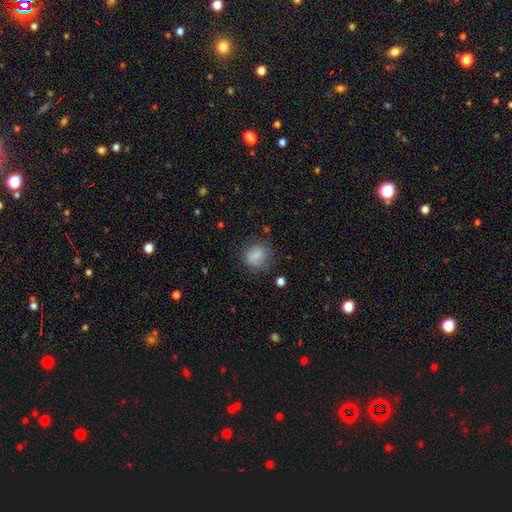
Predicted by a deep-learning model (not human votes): Smooth or featured?
  - smooth: 81% *
  - featured or disk: 10%
  - star or artifact: 9%
How rounded?
  - round: 67% *
  - in between: 32%
  - cigar-shaped: 1%
Merging?
  - none: 69% *
  - minor disturbance: 21%
  - major disturbance: 9%
  - merger: 2%